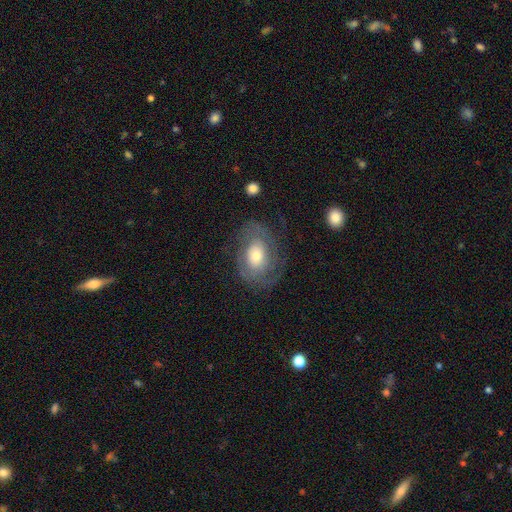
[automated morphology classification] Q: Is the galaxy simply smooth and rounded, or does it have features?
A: featured or disk — 65%.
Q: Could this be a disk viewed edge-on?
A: no — 96%.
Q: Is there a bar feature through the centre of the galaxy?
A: no — 74%.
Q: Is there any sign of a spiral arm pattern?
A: yes — 78%.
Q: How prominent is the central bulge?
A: moderate — 54%.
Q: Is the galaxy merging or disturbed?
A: none — 65%.